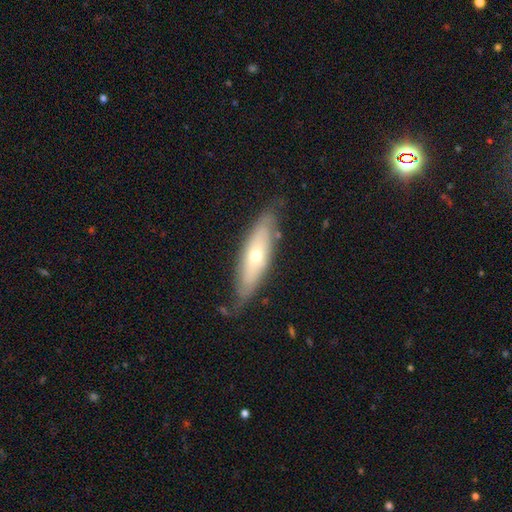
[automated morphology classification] Overall: featured or disk (52%; smooth 42%). Edge-on disk: no (54%; yes 46%). Merging: none (72%).